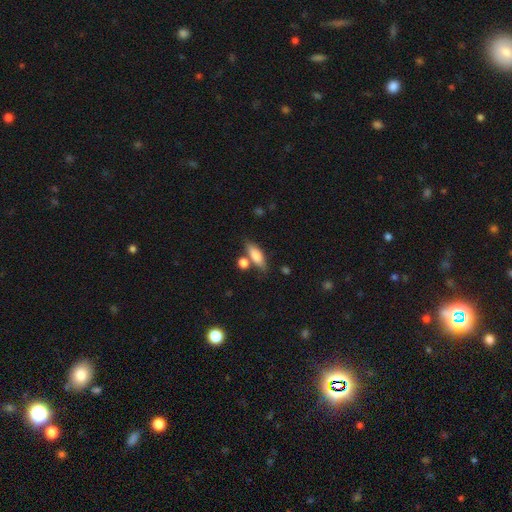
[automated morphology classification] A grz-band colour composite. It shows a smooth galaxy with no disk features (73%) that is in between round and cigar-shaped (61%). Merging: none (65%).